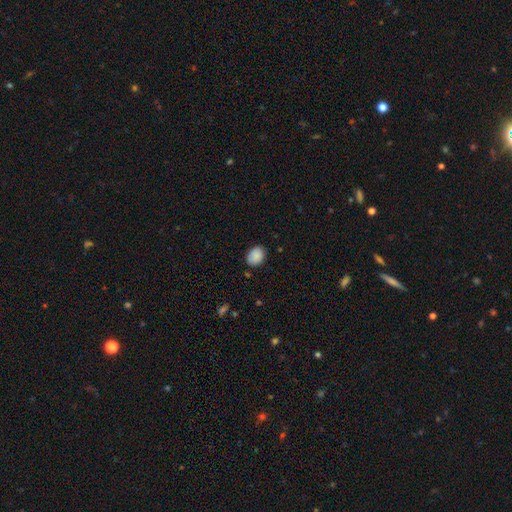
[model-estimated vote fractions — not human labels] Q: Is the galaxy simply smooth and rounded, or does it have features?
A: smooth — 88%.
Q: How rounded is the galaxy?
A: in between — 58%.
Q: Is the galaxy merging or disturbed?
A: none — 81%.